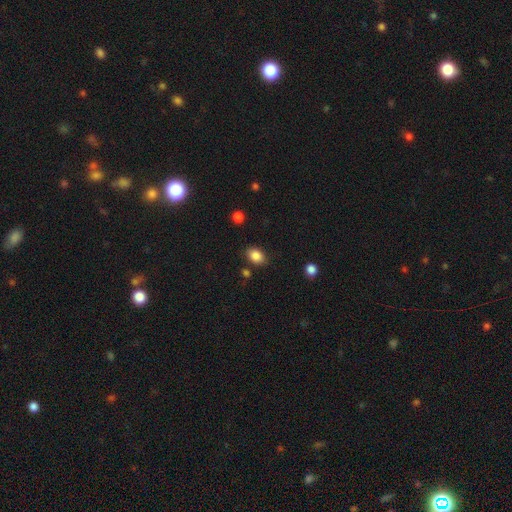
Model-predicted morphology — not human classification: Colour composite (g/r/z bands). It shows a smooth galaxy with no disk features (86%) that is in between round and cigar-shaped (74%). Merging: none (81%).